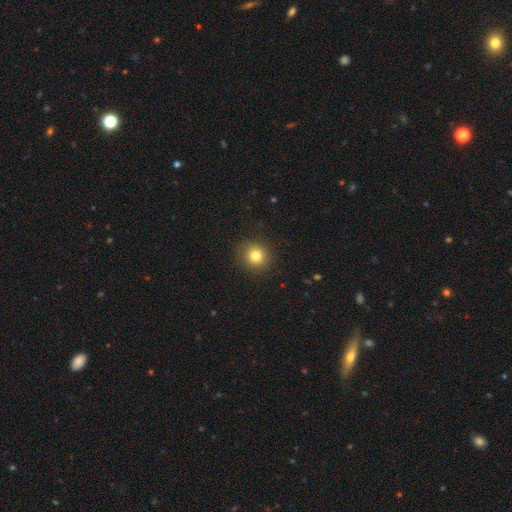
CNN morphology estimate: type=smooth (81%); roundness=round (90%); merging=none (90%).